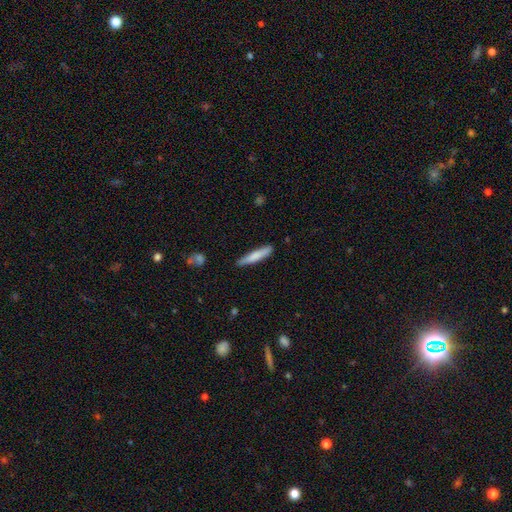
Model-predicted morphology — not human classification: A smooth galaxy with no disk features (77%) that is cigar-shaped (91%). Merging: none (86%).